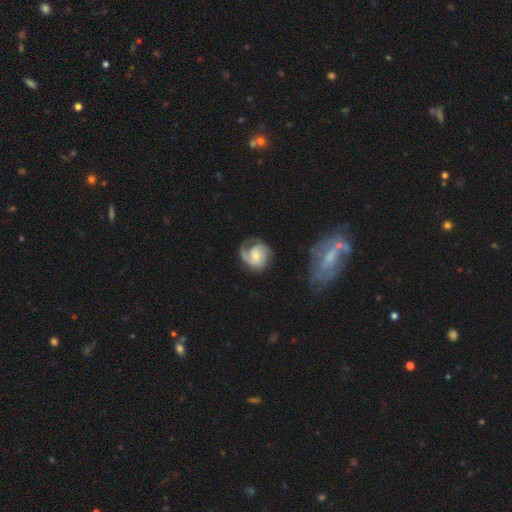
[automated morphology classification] This is clearly a featured or disk galaxy (81%). It is clearly not viewed edge-on (98%). Bar: possibly no (57%). Spiral arm pattern: clearly yes (96%). Spiral arm count: possibly 2 (52%). Spiral winding: marginally tight (44%). Central bulge: possibly small (52%). Merging: likely none (65%).